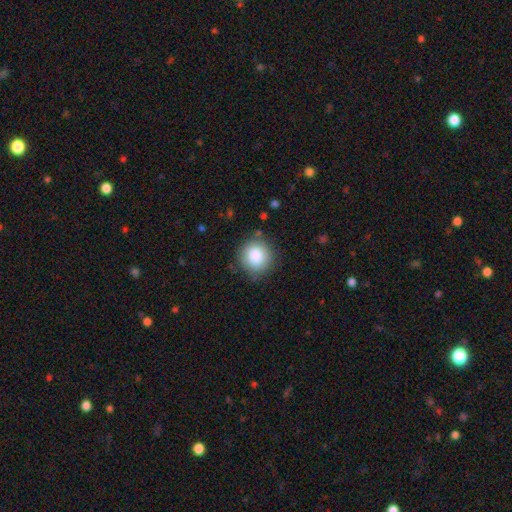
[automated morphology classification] Smooth or featured? smooth (85%)
How rounded? round (91%)
Merging? none (84%)